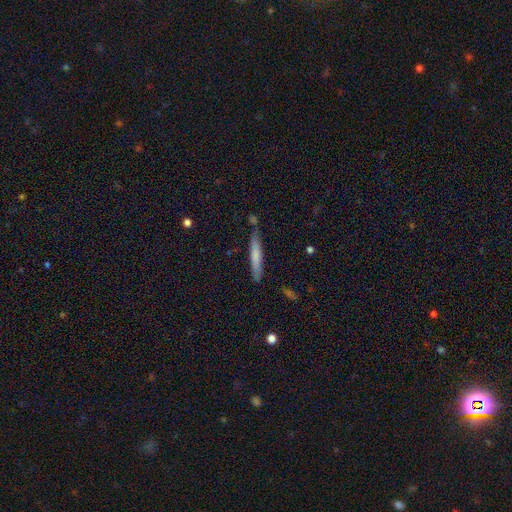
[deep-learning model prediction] A smooth galaxy with no disk features (66%) that is cigar-shaped (95%).

Vote fractions:
- Smooth or featured? smooth: 66% / featured or disk: 28% / star or artifact: 6%
- How rounded? cigar-shaped: 95% / in between: 4% / round: 1%
- Merging? none: 79% / minor disturbance: 14% / merger: 4% / major disturbance: 3%